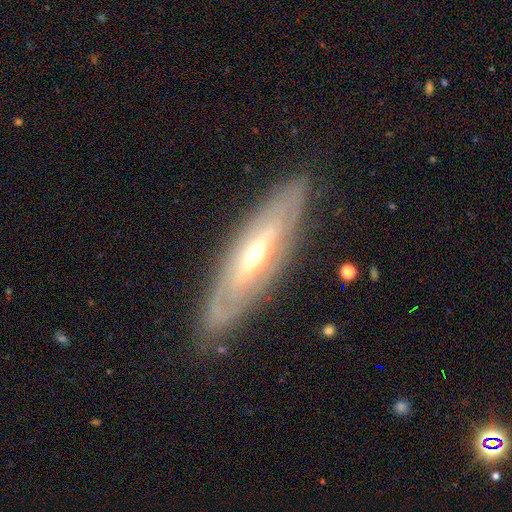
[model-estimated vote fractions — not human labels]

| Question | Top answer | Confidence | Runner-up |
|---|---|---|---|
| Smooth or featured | featured or disk | 73% | smooth (20%) |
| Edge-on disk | no | 58% | yes (42%) |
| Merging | none | 82% | minor disturbance (12%) |